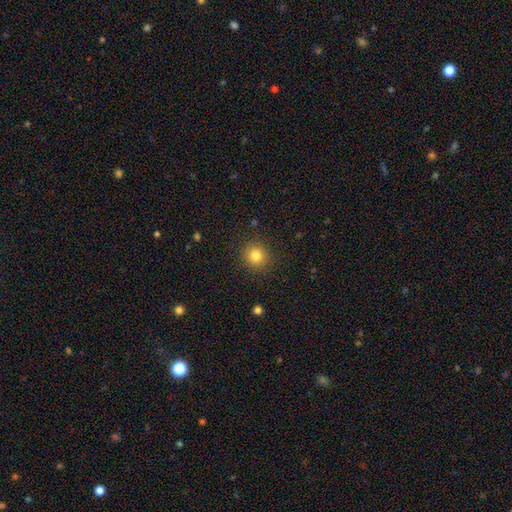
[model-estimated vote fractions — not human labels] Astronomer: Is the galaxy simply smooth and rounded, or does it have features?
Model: smooth — 81%.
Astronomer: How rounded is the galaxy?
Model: round — 91%.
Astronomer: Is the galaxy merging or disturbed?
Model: none — 90%.